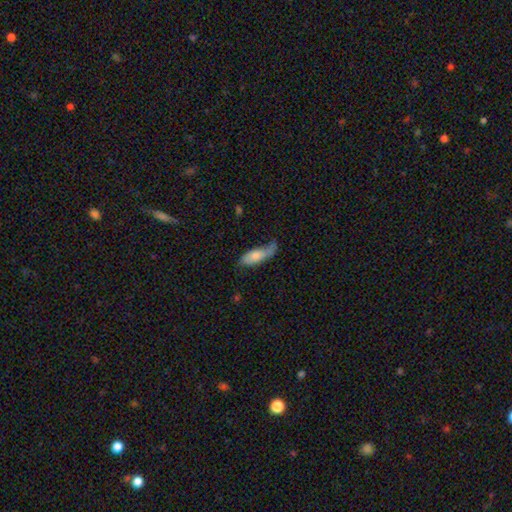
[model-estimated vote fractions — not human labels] This is likely a smooth galaxy (68%). How rounded: likely in between (69%). Merging: marginally minor disturbance (37%).